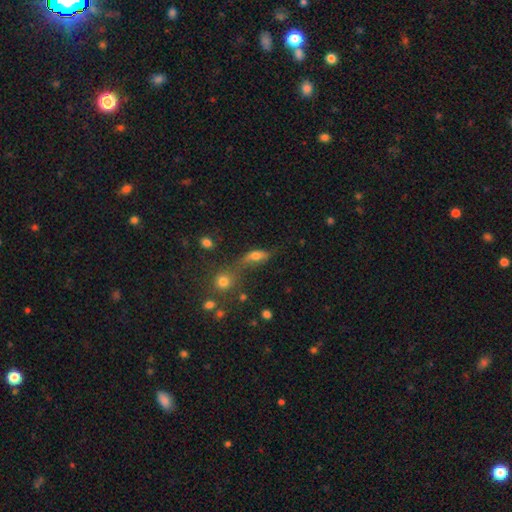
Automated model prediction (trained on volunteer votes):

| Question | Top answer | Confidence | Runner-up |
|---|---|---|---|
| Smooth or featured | smooth | 66% | featured or disk (21%) |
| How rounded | in between | 71% | cigar-shaped (16%) |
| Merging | none | 36% | merger (28%) |